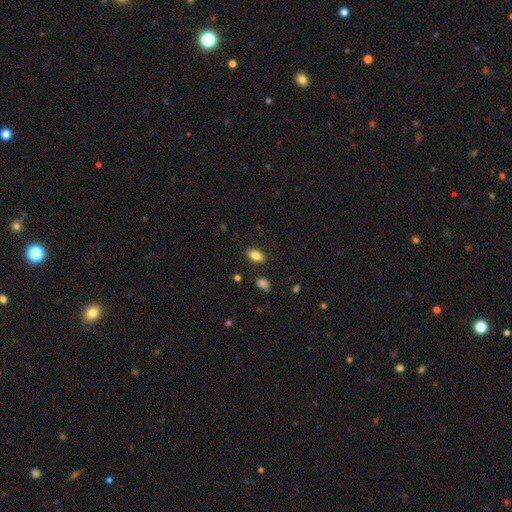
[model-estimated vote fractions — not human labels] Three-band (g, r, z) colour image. It shows a smooth galaxy with no disk features (84%) that is in between round and cigar-shaped (85%). Merging: none (86%).